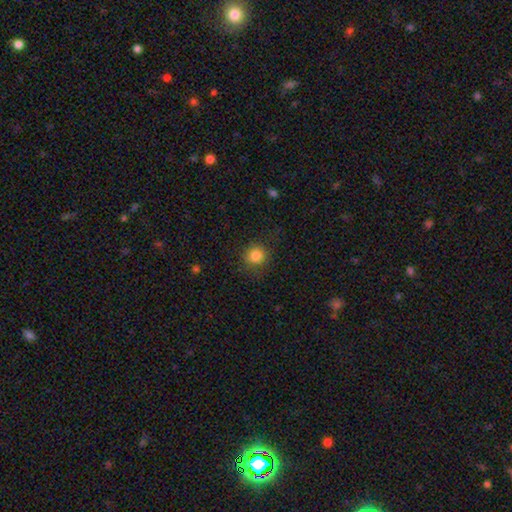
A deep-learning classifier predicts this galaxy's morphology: Overall: smooth (84%). How rounded: round (90%). Merging: none (85%).